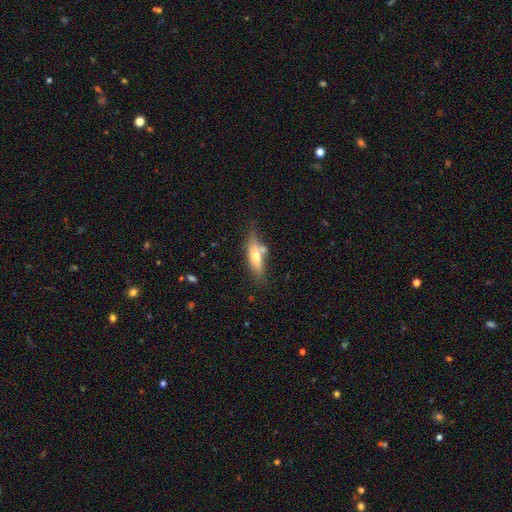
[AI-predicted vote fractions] Smooth or featured?
  - smooth: 55% *
  - featured or disk: 37%
  - star or artifact: 7%
How rounded?
  - cigar-shaped: 55% *
  - in between: 43%
  - round: 3%
Merging?
  - none: 63% *
  - minor disturbance: 18%
  - merger: 14%
  - major disturbance: 5%